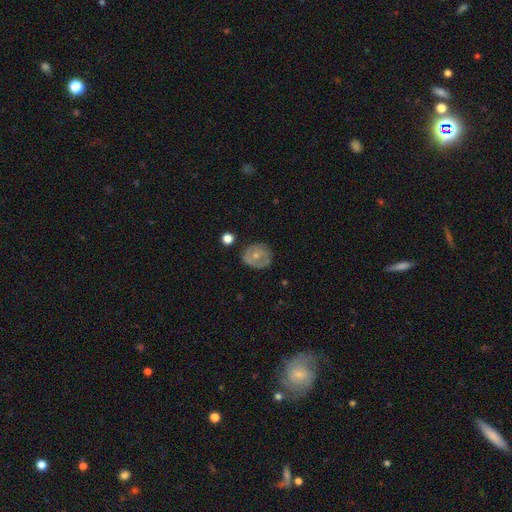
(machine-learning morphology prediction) The model was most divided on "smooth or featured": smooth: 48%, featured or disk: 45%, star or artifact: 8%. More confident: merging — none (71%).